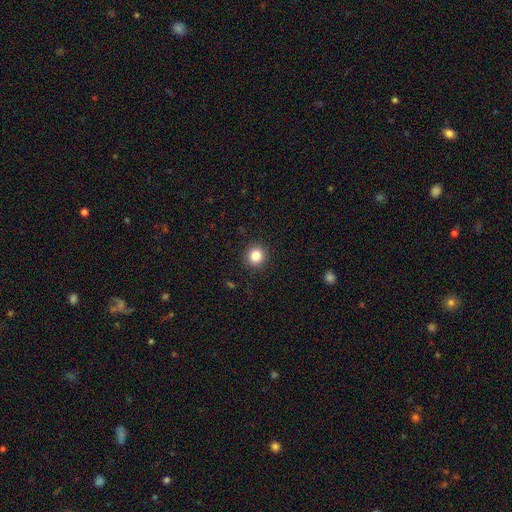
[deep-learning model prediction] smooth-or-featured: smooth: 84% | star or artifact: 11% | featured or disk: 5%
  how-rounded: round: 90% | in between: 9% | cigar-shaped: 1%
  merging: none: 91% | minor disturbance: 6% | major disturbance: 2% | merger: 1%